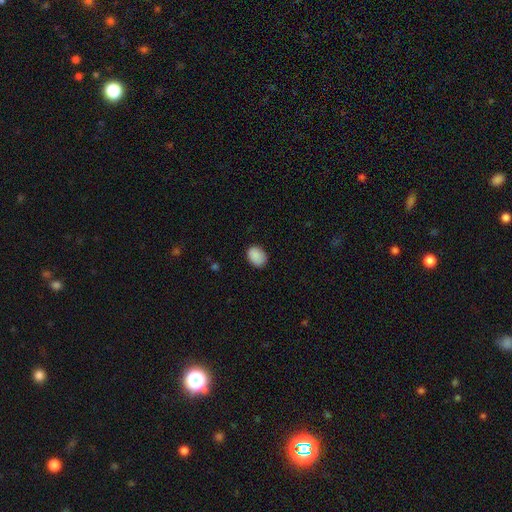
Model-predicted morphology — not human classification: Smooth or featured? smooth (89%)
How rounded? in between (71%)
Merging? none (84%)